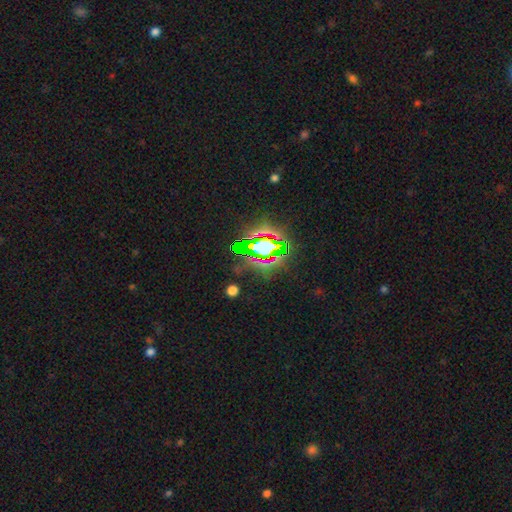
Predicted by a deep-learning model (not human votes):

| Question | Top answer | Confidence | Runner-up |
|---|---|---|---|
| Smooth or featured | star or artifact | 72% | featured or disk (15%) |